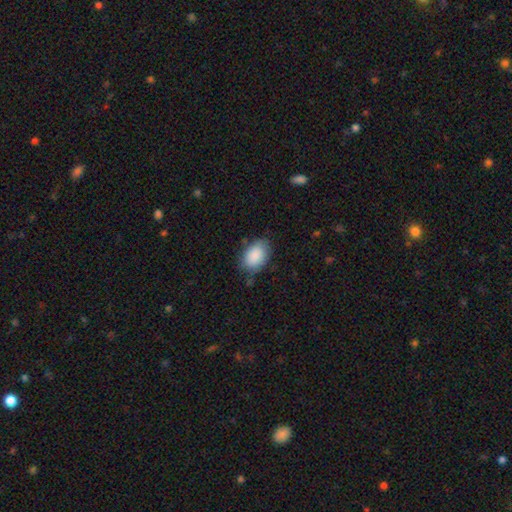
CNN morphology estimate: smooth-or-featured: smooth: 88% | star or artifact: 6% | featured or disk: 5%
  how-rounded: in between: 84% | round: 15% | cigar-shaped: 1%
  merging: none: 71% | minor disturbance: 22% | major disturbance: 5% | merger: 2%